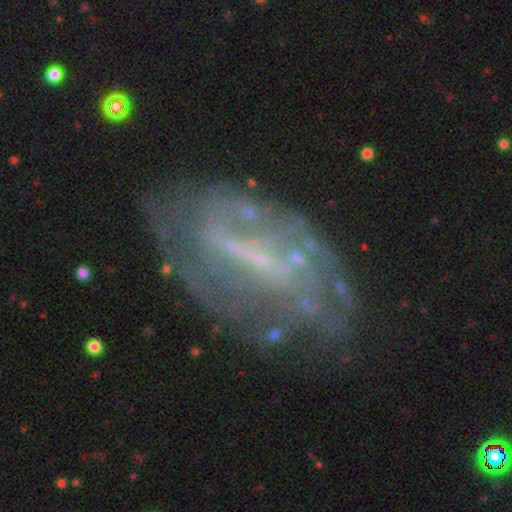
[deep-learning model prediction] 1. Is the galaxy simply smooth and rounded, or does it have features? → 71% featured or disk, 17% smooth, 12% star or artifact.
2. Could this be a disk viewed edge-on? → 91% no, 9% yes.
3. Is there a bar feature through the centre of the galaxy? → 40% weak, 32% strong, 28% no.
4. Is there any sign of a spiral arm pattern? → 51% yes, 49% no.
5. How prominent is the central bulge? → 46% small, 39% none, 12% moderate, 2% large, 1% dominant.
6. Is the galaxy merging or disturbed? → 58% none, 22% minor disturbance, 17% major disturbance, 3% merger.